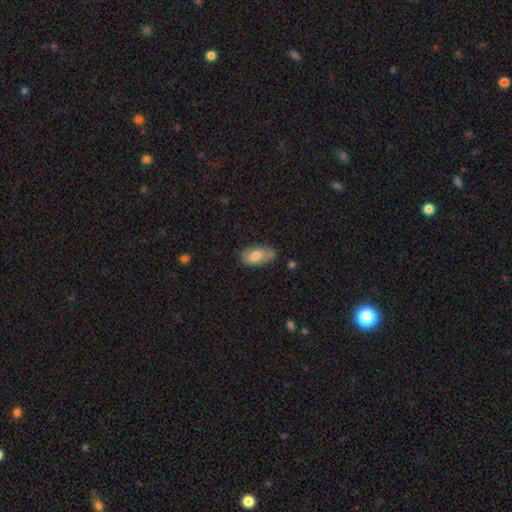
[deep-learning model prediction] Smooth or featured: smooth — 71% (featured or disk — 22%)
How rounded: in between — 92% (round — 4%)
Merging: none — 64% (minor disturbance — 26%)